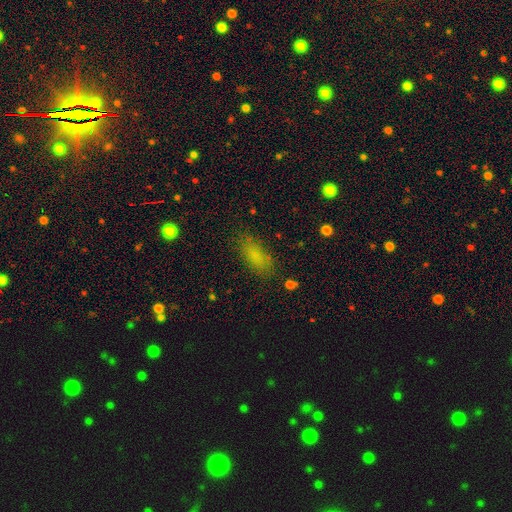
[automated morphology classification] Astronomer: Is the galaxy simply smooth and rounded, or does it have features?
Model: smooth — 79%.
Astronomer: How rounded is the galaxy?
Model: in between — 77%.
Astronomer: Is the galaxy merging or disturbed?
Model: none — 79%.